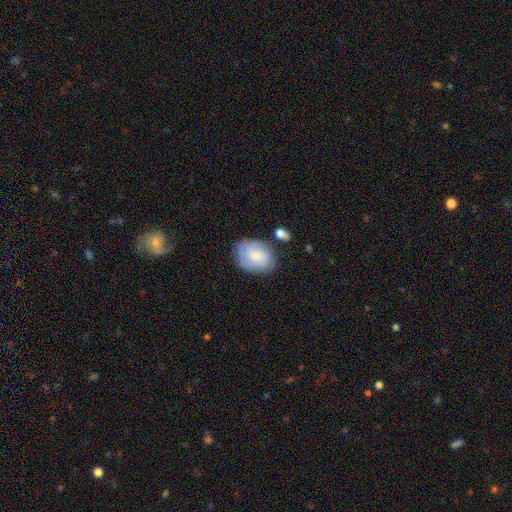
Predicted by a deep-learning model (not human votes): A smooth galaxy with no disk features (47%). Merging: none (65%).